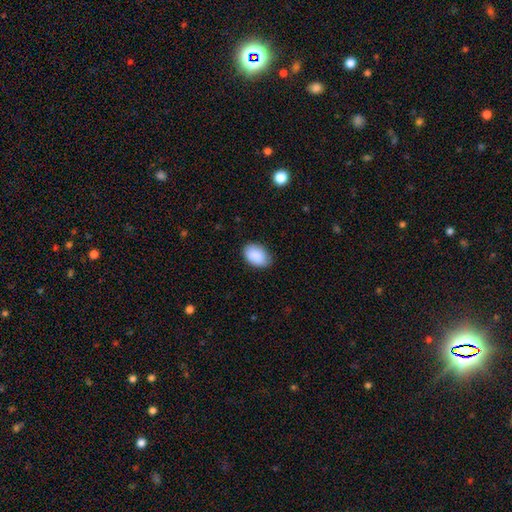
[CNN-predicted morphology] Q: Smooth or featured?
A: smooth (89%); runner-up: star or artifact (6%)
Q: How rounded?
A: in between (90%); runner-up: round (9%)
Q: Merging?
A: none (78%); runner-up: minor disturbance (18%)